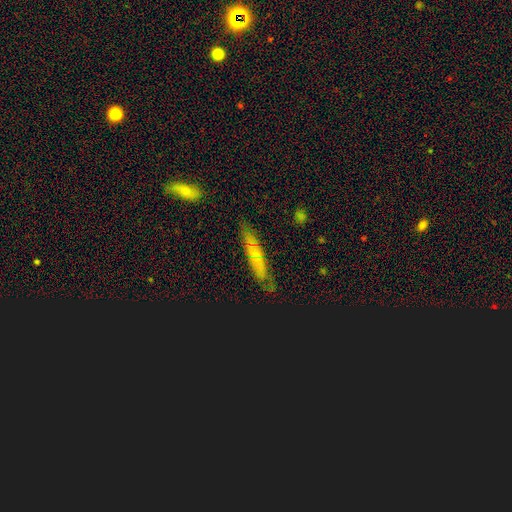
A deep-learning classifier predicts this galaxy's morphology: The model was most divided on "smooth or featured": smooth: 45%, featured or disk: 43%, star or artifact: 12%. More confident: merging — none (79%).